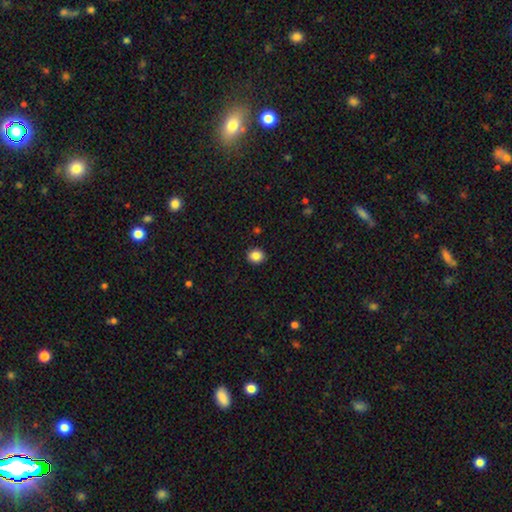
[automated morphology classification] smooth 86%, star or artifact 10%, featured or disk 4%. Down the decision tree: how rounded — round (80%); merging — none (91%).